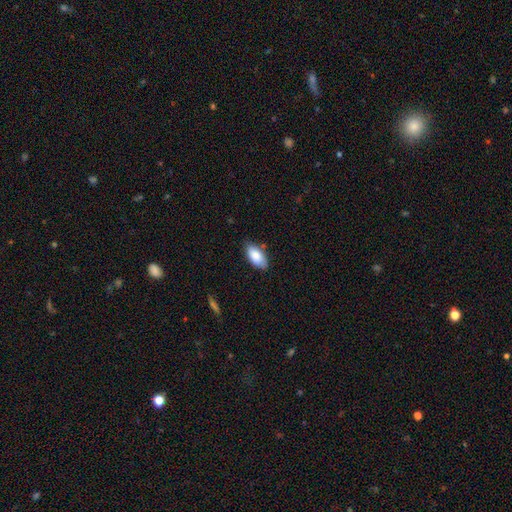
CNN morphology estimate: smooth-or-featured: smooth: 85% | featured or disk: 9% | star or artifact: 6%
  how-rounded: in between: 93% | cigar-shaped: 4% | round: 3%
  merging: none: 75% | minor disturbance: 19% | major disturbance: 3% | merger: 2%